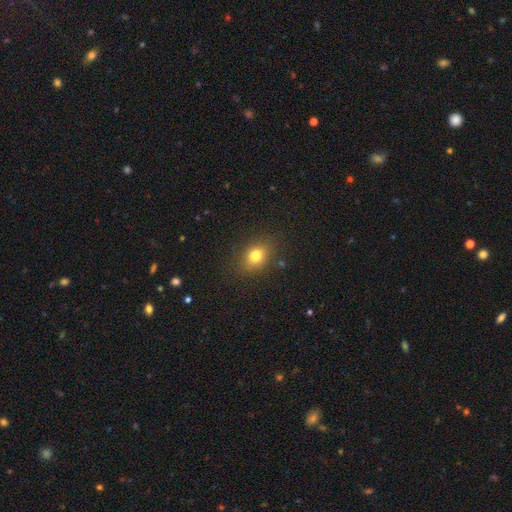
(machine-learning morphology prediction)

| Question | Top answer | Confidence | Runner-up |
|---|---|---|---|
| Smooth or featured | smooth | 78% | star or artifact (13%) |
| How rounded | in between | 55% | round (43%) |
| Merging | none | 80% | minor disturbance (13%) |